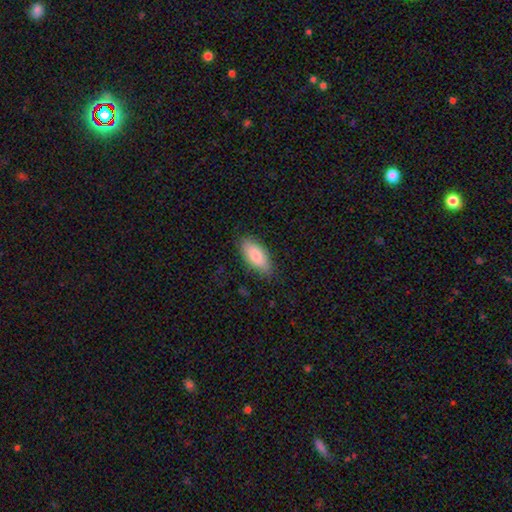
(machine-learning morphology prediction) Q: Smooth or featured?
A: smooth (83%); runner-up: featured or disk (11%)
Q: How rounded?
A: in between (88%); runner-up: cigar-shaped (10%)
Q: Merging?
A: none (82%); runner-up: minor disturbance (14%)